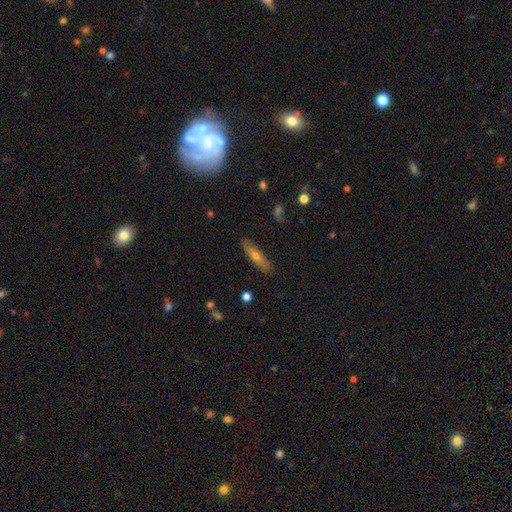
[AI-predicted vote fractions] This is possibly a smooth galaxy (50%). Merging: clearly none (87%).